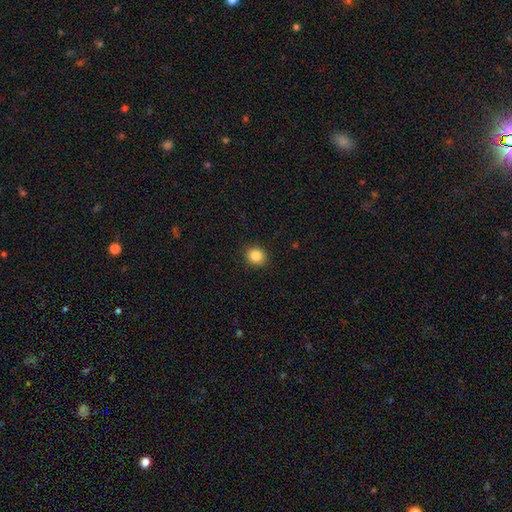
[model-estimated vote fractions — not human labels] The model was most divided on "how rounded": round: 81%, in between: 18%, cigar-shaped: 1%. More confident: merging — none (90%); smooth or featured — smooth (86%).